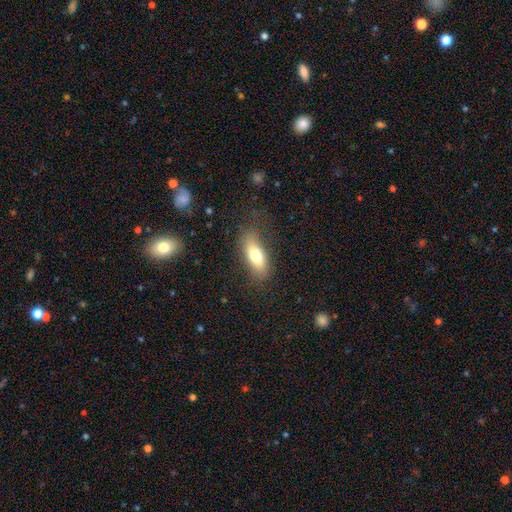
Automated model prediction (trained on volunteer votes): This appears to be a smooth galaxy with no disk features (74%) that is in between round and cigar-shaped (76%). Merging: none (75%).